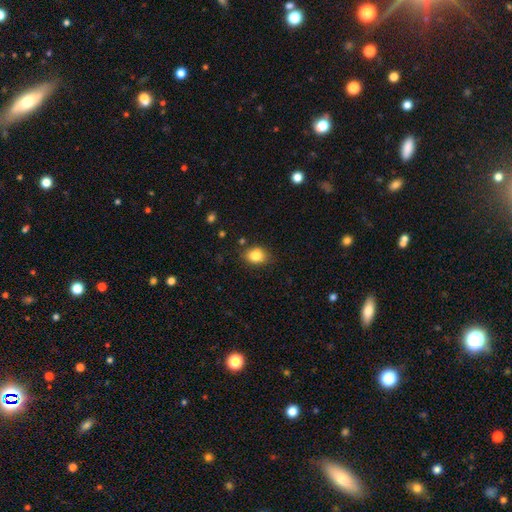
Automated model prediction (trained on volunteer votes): smooth_or_featured: smooth (p=0.83) [alt: star or artifact p=0.10]
how_rounded: in between (p=0.58) [alt: round p=0.41]
merging: none (p=0.80) [alt: minor disturbance p=0.14]